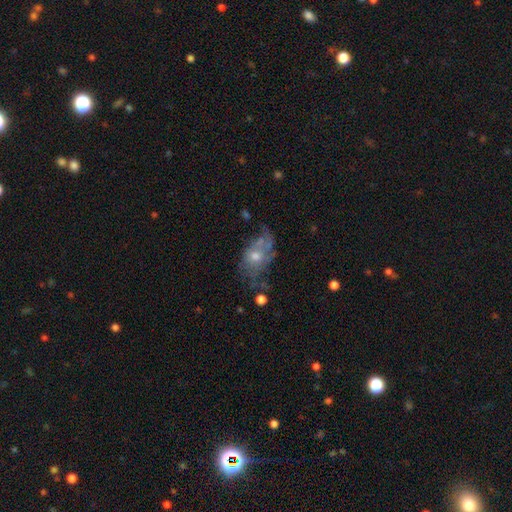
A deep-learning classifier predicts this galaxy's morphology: The model was most divided on "merging": none: 38%, major disturbance: 27%, minor disturbance: 27%, merger: 8%. More confident: edge-on disk — no (94%); bar — no (84%); bulge size — moderate (58%); spiral arms — no (58%); smooth or featured — featured or disk (54%).